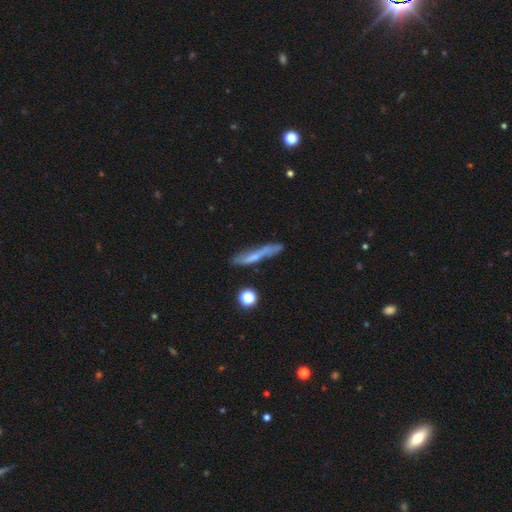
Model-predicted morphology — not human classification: Smooth or featured? smooth (46%)
Merging? none (65%)